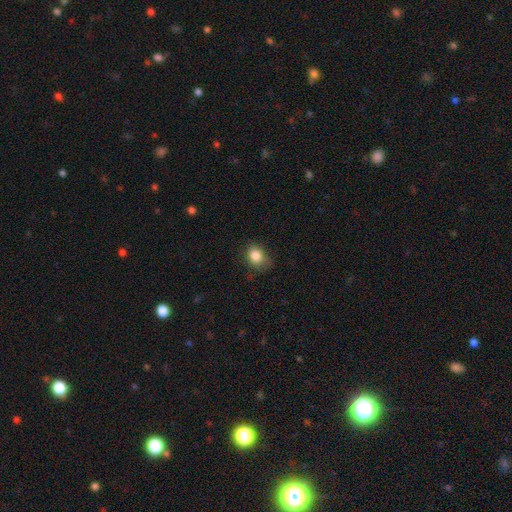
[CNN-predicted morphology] type=smooth (84%); roundness=round (51%); merging=none (70%).